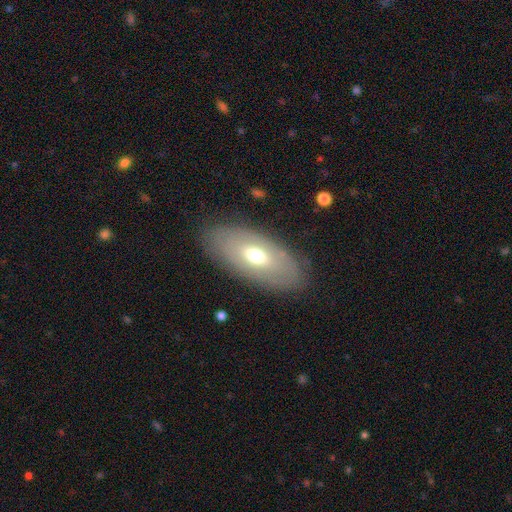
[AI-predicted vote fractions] Smooth or featured?
  - smooth: 52% *
  - featured or disk: 42%
  - star or artifact: 7%
How rounded?
  - in between: 91% *
  - cigar-shaped: 6%
  - round: 3%
Merging?
  - none: 83% *
  - minor disturbance: 11%
  - major disturbance: 4%
  - merger: 1%